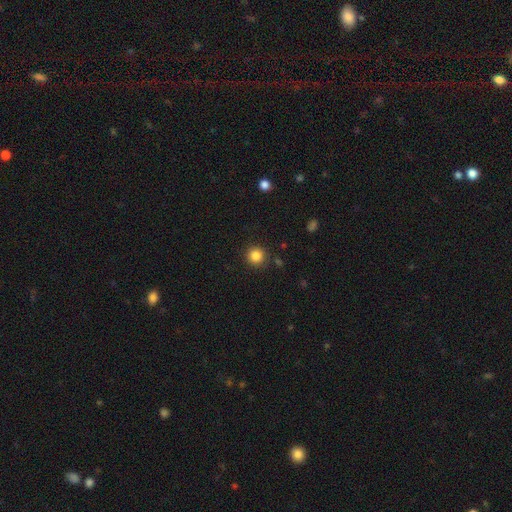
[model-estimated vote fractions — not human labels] The model was most divided on "smooth or featured": smooth: 85%, star or artifact: 11%, featured or disk: 4%. More confident: how rounded — round (94%); merging — none (90%).